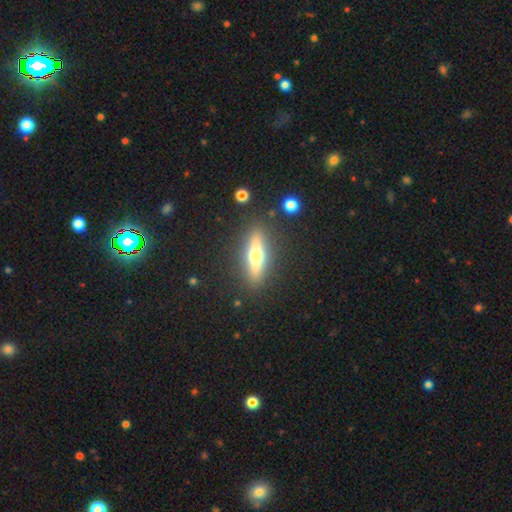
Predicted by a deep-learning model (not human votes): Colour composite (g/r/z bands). It shows a featured or disk galaxy (56%) viewed edge-on (90%) with a rounded central bulge (95%). Merging: none (87%).